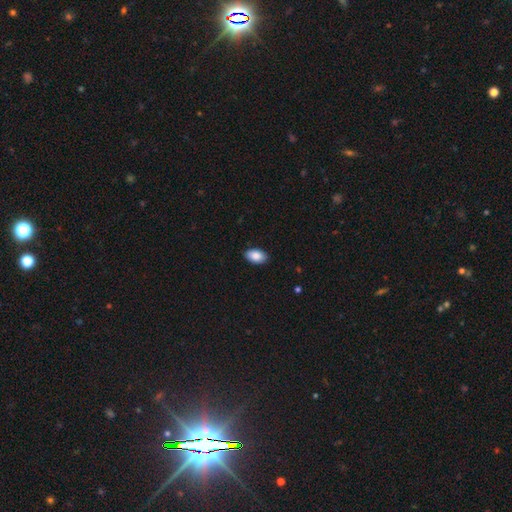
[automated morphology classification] Smooth or featured?
  - smooth: 88% *
  - star or artifact: 7%
  - featured or disk: 6%
How rounded?
  - in between: 93% *
  - round: 5%
  - cigar-shaped: 1%
Merging?
  - none: 88% *
  - minor disturbance: 9%
  - major disturbance: 2%
  - merger: 1%